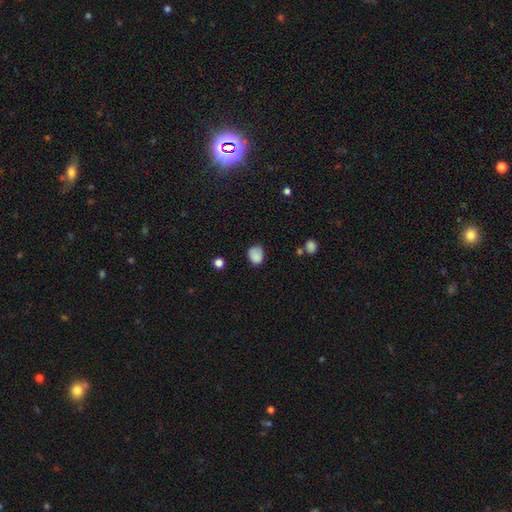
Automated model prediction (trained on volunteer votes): A smooth galaxy with no disk features (85%) that is round (57%). Merging: none (70%).